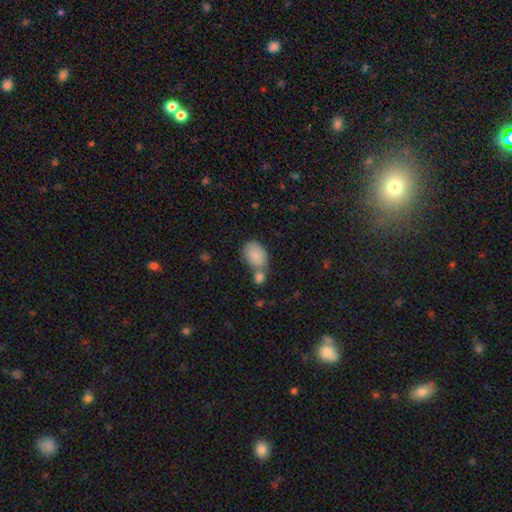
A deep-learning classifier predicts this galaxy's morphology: Overall: smooth (85%). How rounded: in between (79%). Merging: merger (41%; none 39%).